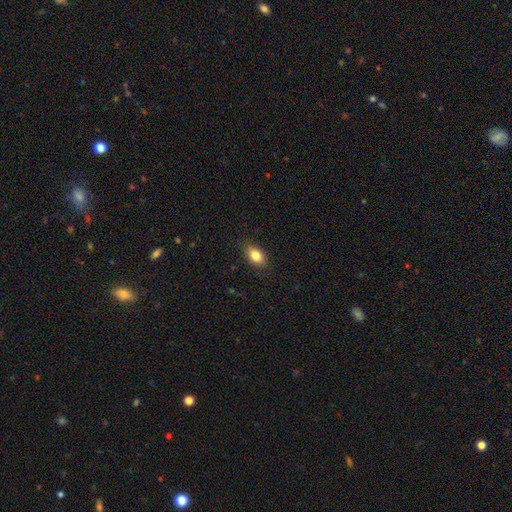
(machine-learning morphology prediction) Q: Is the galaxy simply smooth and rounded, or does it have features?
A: smooth — 82%.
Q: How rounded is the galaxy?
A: in between — 85%.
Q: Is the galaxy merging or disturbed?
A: none — 84%.